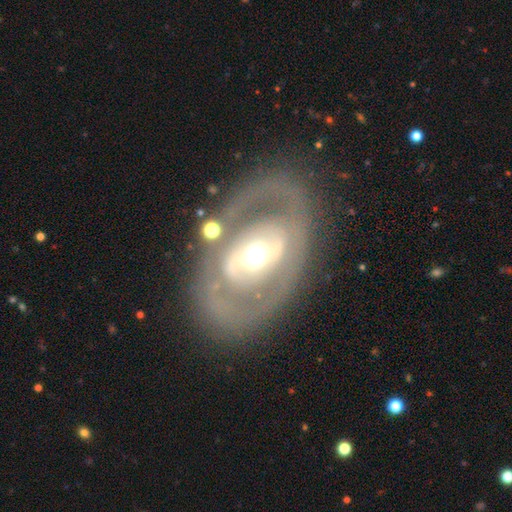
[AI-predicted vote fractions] Smooth or featured: featured or disk — 72% (smooth — 22%)
Edge-on disk: no — 92% (yes — 8%)
Bar: no — 50% (weak — 26%)
Spiral arms: no — 69% (yes — 31%)
Bulge size: moderate — 66% (large — 18%)
Merging: none — 73% (minor disturbance — 13%)